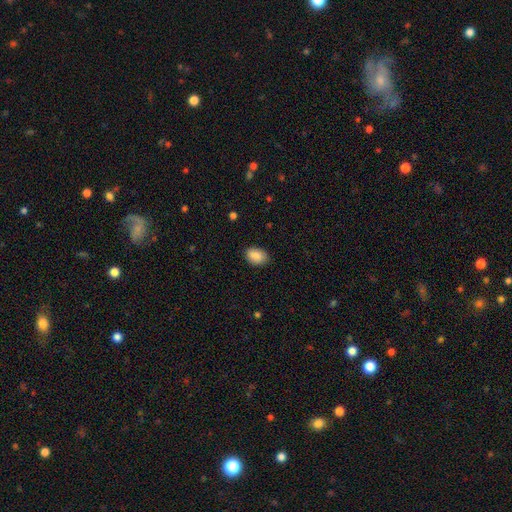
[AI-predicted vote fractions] The model was most divided on "how rounded": in between: 79%, round: 20%, cigar-shaped: 1%. More confident: smooth or featured — smooth (87%); merging — none (85%).